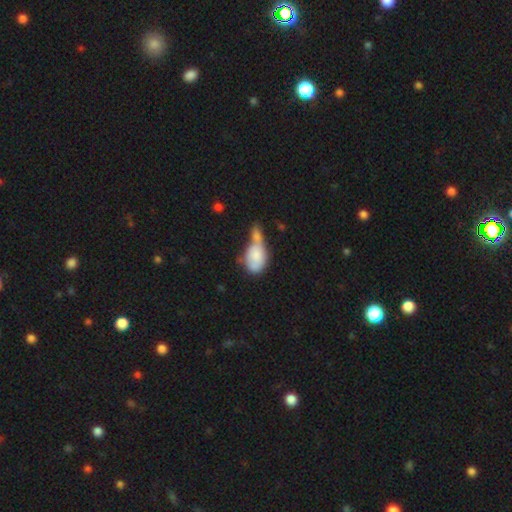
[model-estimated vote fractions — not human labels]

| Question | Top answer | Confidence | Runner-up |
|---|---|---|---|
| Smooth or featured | smooth | 74% | featured or disk (20%) |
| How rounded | in between | 80% | round (18%) |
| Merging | merger | 60% | none (15%) |